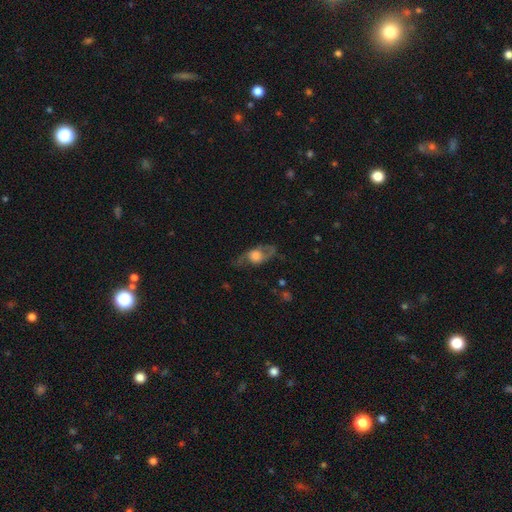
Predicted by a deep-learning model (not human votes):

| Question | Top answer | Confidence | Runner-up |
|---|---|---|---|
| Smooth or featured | featured or disk | 53% | smooth (39%) |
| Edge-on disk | no | 64% | yes (36%) |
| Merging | none | 62% | minor disturbance (20%) |